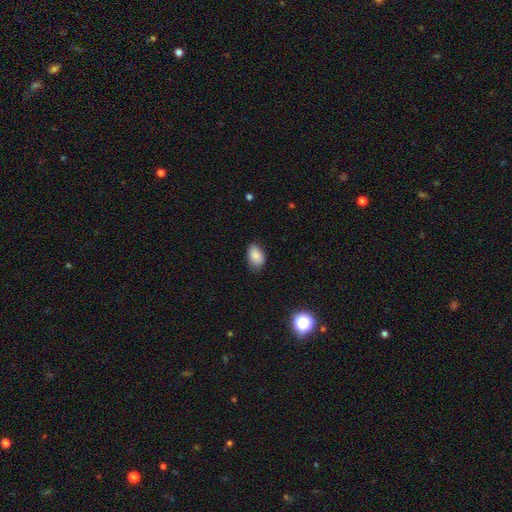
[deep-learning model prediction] smooth_or_featured: smooth (p=0.85) [alt: star or artifact p=0.08]
how_rounded: in between (p=0.89) [alt: round p=0.10]
merging: none (p=0.70) [alt: minor disturbance p=0.24]